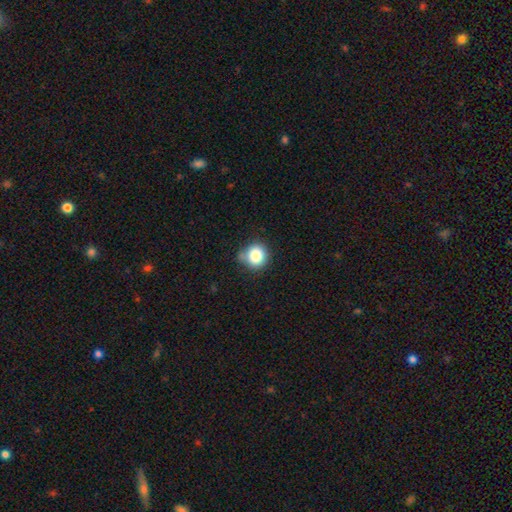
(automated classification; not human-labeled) Morphology: type=smooth (84%); roundness=round (89%); merging=none (70%).